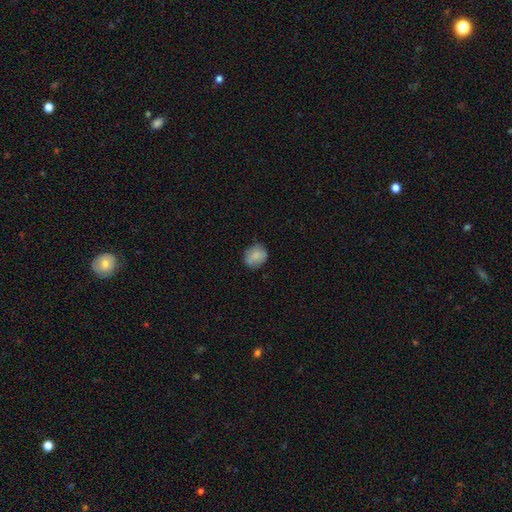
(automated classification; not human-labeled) Q: Smooth or featured?
A: smooth (80%); runner-up: featured or disk (11%)
Q: How rounded?
A: round (66%); runner-up: in between (33%)
Q: Merging?
A: none (75%); runner-up: minor disturbance (20%)